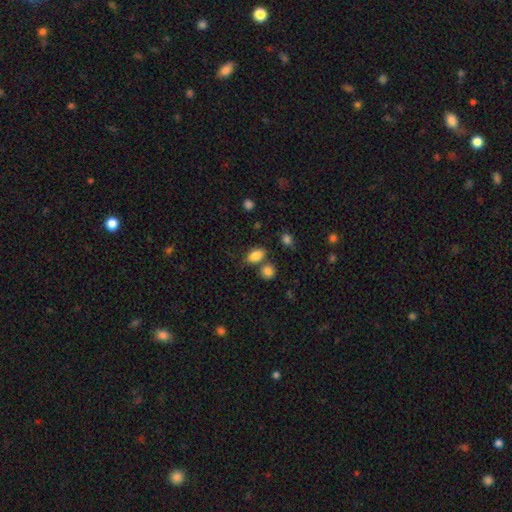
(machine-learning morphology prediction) This is clearly a smooth galaxy (85%). How rounded: clearly in between (86%). Merging: likely none (66%).